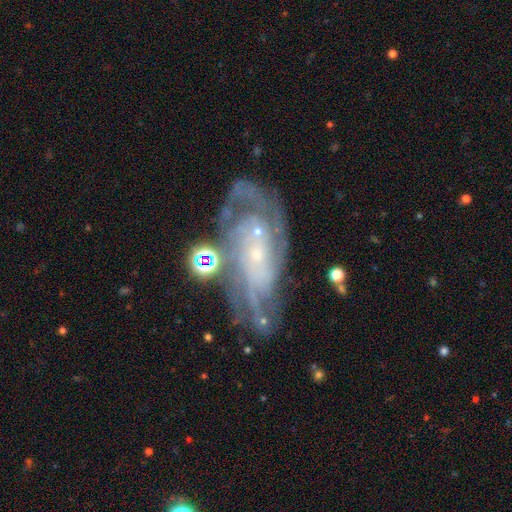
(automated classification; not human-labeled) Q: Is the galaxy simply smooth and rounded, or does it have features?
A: featured or disk — 85%.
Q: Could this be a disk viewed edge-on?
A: no — 94%.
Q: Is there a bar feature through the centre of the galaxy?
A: no — 73%.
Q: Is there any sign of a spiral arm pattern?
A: yes — 94%.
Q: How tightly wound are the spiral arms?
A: tight — 64%.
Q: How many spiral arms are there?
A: can't tell — 35%.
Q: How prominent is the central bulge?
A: small — 84%.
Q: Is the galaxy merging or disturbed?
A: none — 61%.